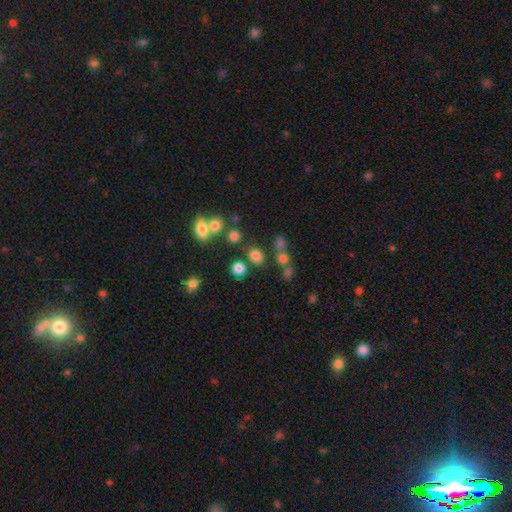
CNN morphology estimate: smooth 76%, star or artifact 16%, featured or disk 7%. Down the decision tree: how rounded — round (70%); merging — none (70%).